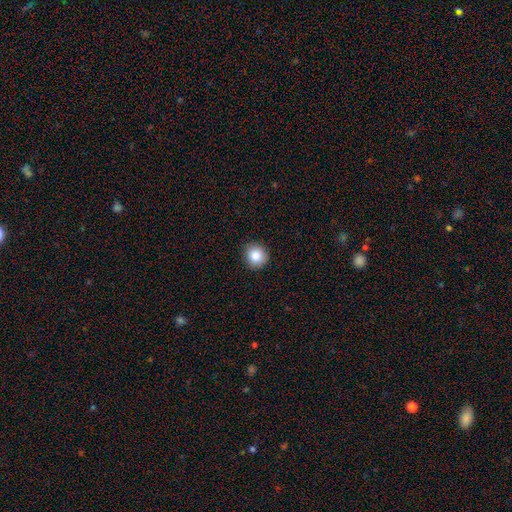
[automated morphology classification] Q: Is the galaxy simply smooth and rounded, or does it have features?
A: smooth — 87%.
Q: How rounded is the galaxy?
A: round — 88%.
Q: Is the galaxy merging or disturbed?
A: none — 88%.